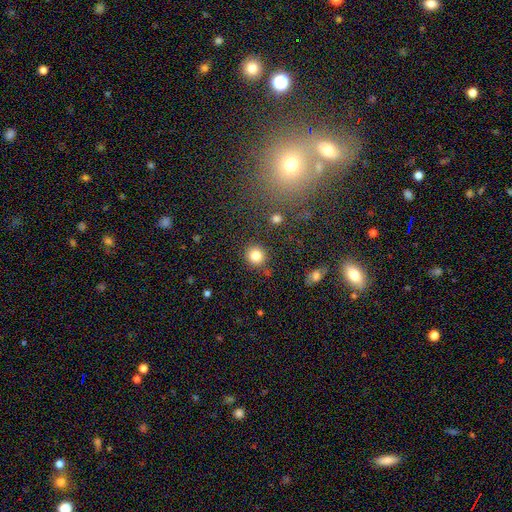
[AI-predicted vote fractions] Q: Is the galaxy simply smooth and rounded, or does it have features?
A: smooth — 83%.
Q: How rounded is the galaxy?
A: round — 91%.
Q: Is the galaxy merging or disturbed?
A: none — 85%.